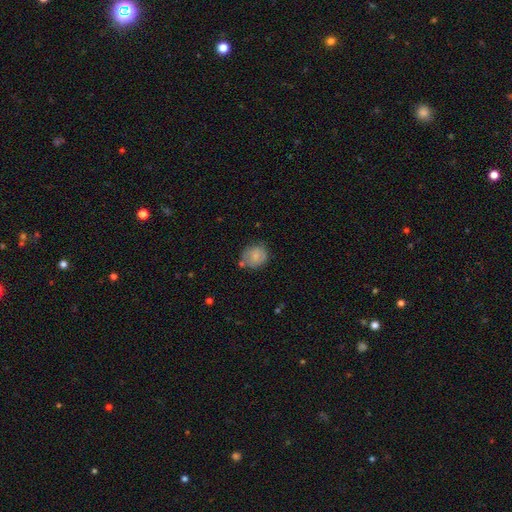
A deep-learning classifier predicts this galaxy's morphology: type=smooth (74%); roundness=round (69%); merging=none (61%).